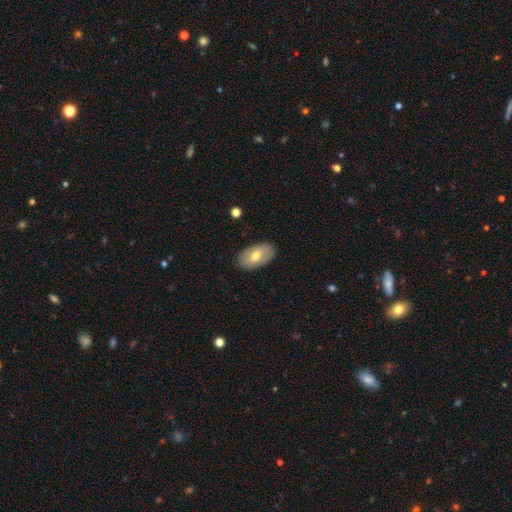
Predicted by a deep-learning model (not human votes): Morphology: type=smooth (63%); roundness=in between (93%); merging=none (86%).